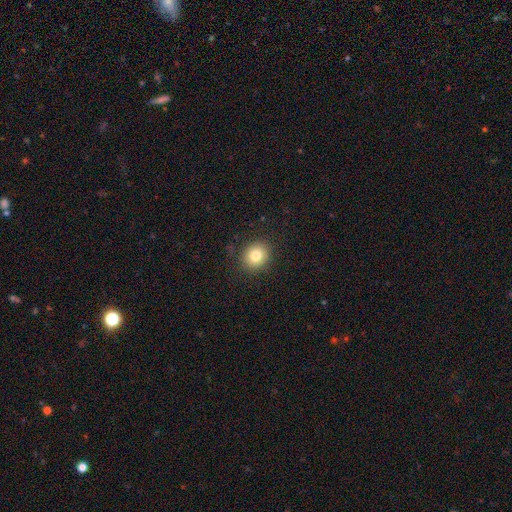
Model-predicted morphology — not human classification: Smooth or featured?
  - smooth: 81% *
  - star or artifact: 11%
  - featured or disk: 8%
How rounded?
  - round: 73% *
  - in between: 26%
  - cigar-shaped: 1%
Merging?
  - none: 88% *
  - minor disturbance: 8%
  - major disturbance: 3%
  - merger: 1%